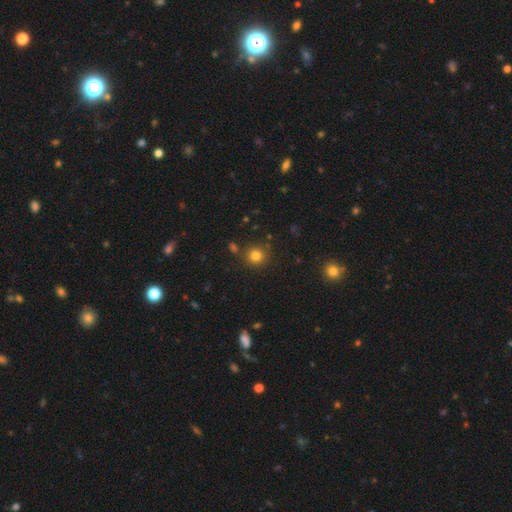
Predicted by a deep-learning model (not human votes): A smooth galaxy with no disk features (81%) that is round (92%). Merging: none (85%).